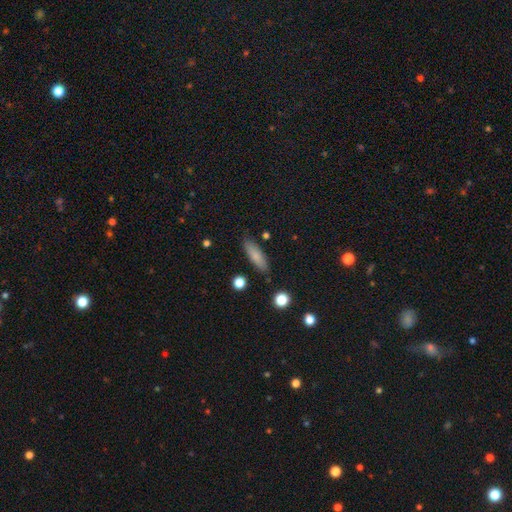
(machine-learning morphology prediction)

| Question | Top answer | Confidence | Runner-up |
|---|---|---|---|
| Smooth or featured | smooth | 80% | featured or disk (13%) |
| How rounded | cigar-shaped | 53% | in between (45%) |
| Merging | none | 84% | minor disturbance (11%) |